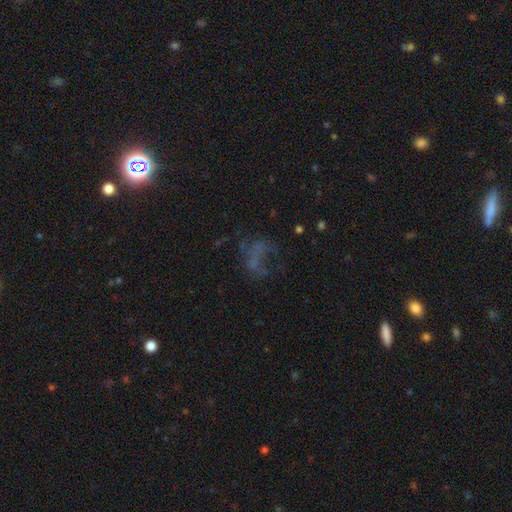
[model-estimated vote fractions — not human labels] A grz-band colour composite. It shows a star or artifact, not a galaxy (37%).